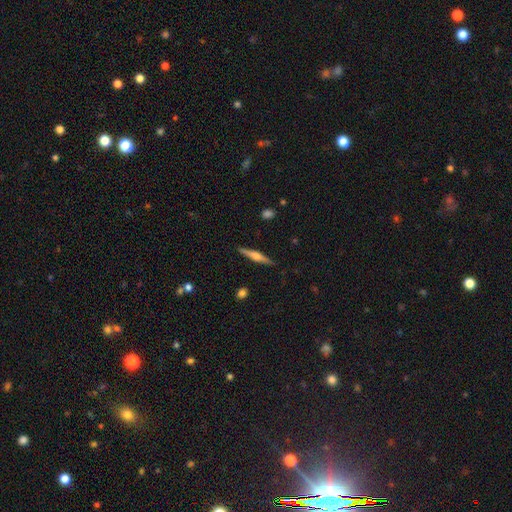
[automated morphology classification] Smooth or featured? Predicted: featured or disk (p=0.64). Edge-on disk? Predicted: yes (p=0.98). Edge-on bulge? Predicted: rounded (p=0.81). Merging? Predicted: none (p=0.90).